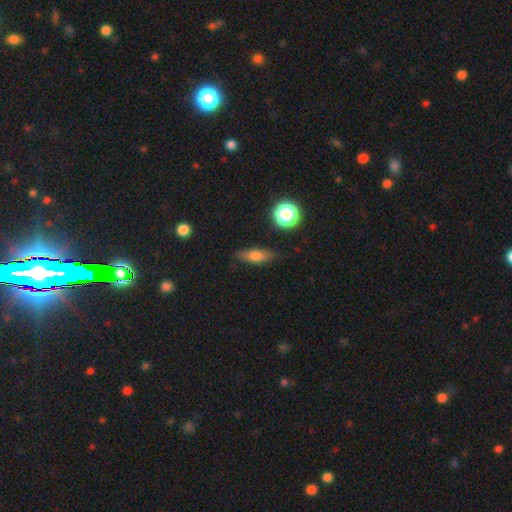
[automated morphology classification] The model was most divided on "how rounded": in between: 53%, cigar-shaped: 39%, round: 8%. More confident: merging — none (81%); smooth or featured — smooth (67%).